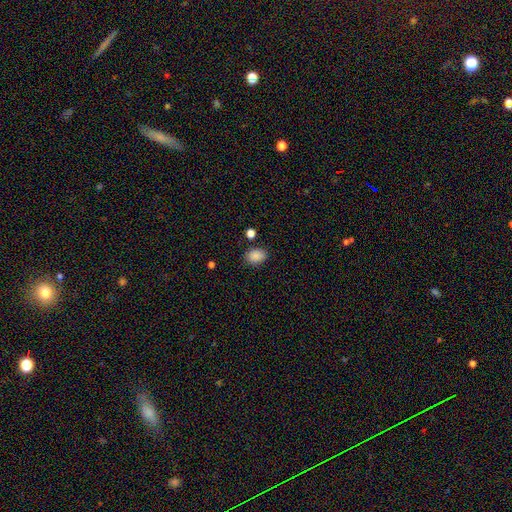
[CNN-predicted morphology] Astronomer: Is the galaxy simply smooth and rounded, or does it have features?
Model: smooth — 87%.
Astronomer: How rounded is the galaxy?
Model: in between — 68%.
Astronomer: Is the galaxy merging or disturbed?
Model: none — 81%.